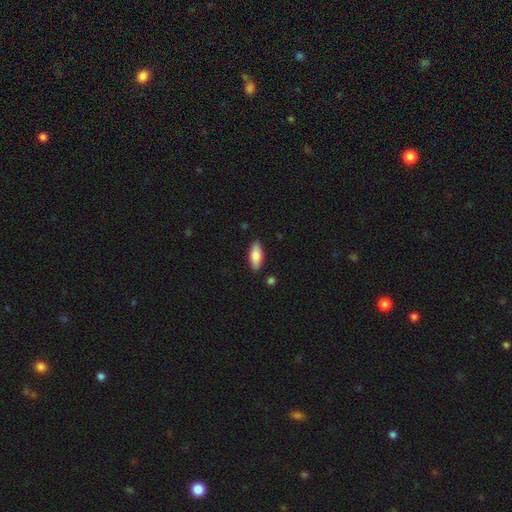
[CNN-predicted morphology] Smooth or featured: smooth — 77% (featured or disk — 17%)
How rounded: in between — 79% (cigar-shaped — 18%)
Merging: none — 87% (minor disturbance — 9%)